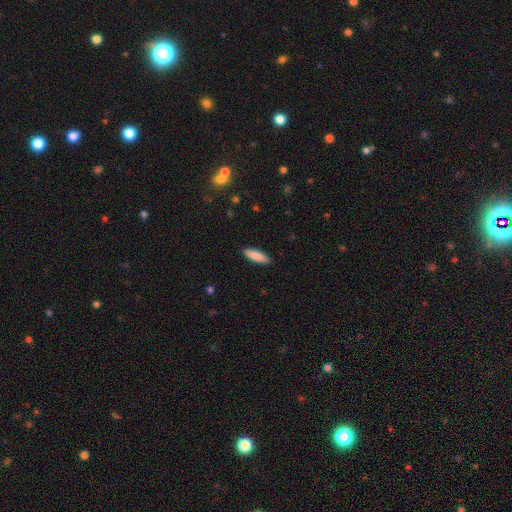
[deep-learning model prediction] A smooth galaxy with no disk features (88%) that is cigar-shaped (50%).

Vote fractions:
- Smooth or featured? smooth: 88% / featured or disk: 6% / star or artifact: 6%
- How rounded? cigar-shaped: 50% / in between: 48% / round: 1%
- Merging? none: 90% / minor disturbance: 7% / major disturbance: 2% / merger: 1%